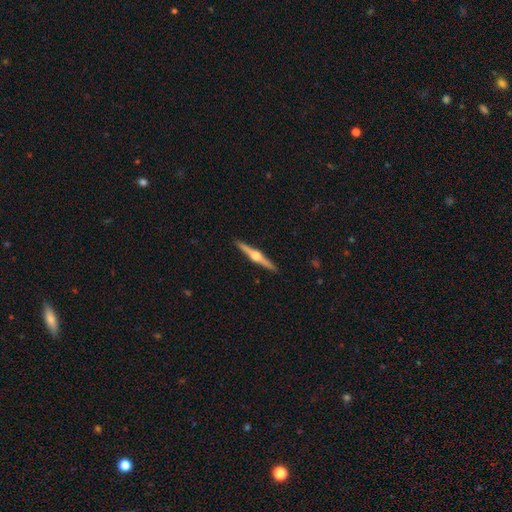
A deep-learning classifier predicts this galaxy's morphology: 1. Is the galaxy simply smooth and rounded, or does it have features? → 82% featured or disk, 13% smooth, 5% star or artifact.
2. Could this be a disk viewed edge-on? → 99% yes, 1% no.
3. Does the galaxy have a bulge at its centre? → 95% rounded, 4% boxy, 2% none.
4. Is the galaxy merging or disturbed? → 92% none, 6% minor disturbance, 1% major disturbance, 1% merger.